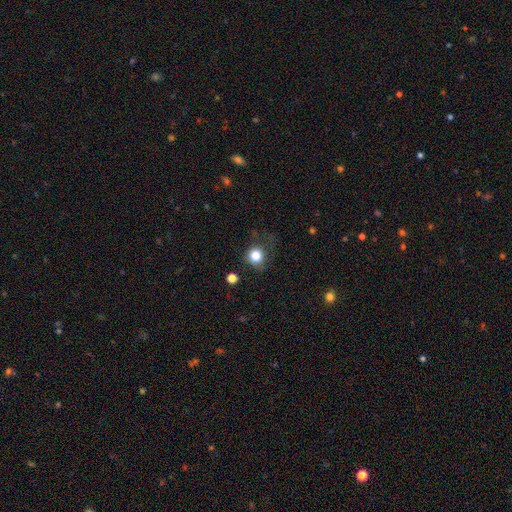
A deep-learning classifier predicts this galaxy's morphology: This appears to be a smooth galaxy with no disk features (82%) that is round (88%). Merging: none (66%).